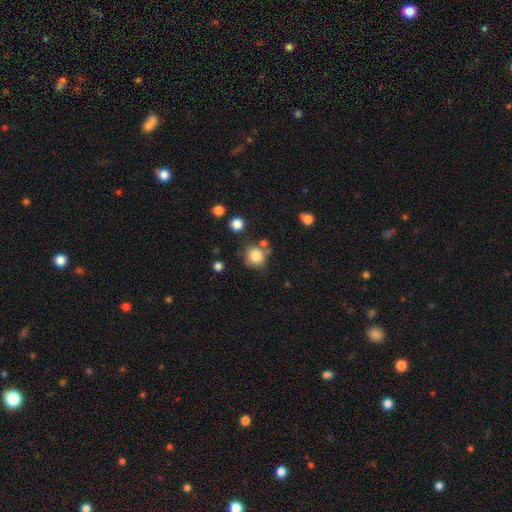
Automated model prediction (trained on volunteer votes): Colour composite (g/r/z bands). It shows a smooth galaxy with no disk features (83%) that is round (88%). Merging: none (69%).